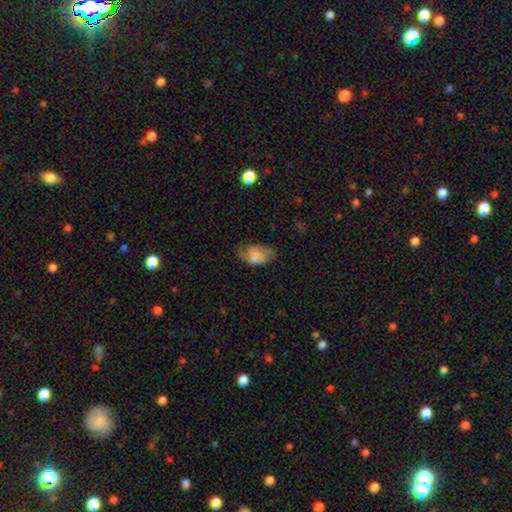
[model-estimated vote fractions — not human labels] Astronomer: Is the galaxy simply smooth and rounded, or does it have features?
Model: smooth — 64%.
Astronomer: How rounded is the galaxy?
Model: in between — 89%.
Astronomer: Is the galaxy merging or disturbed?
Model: none — 50% (runner-up: minor disturbance, 30%).